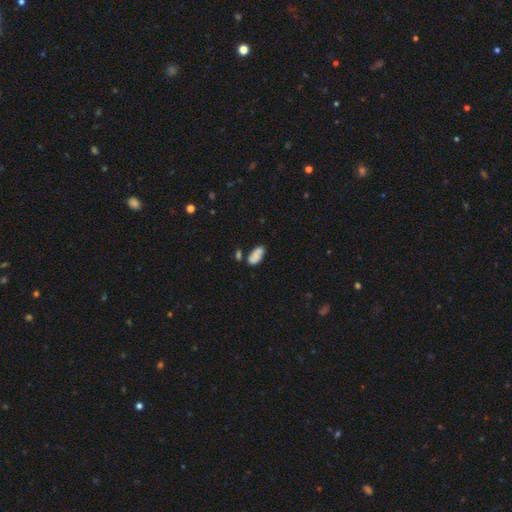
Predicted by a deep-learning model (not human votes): smooth_or_featured: smooth (p=0.71) [alt: featured or disk p=0.20]
how_rounded: in between (p=0.92) [alt: cigar-shaped p=0.04]
merging: none (p=0.47) [alt: merger p=0.23]